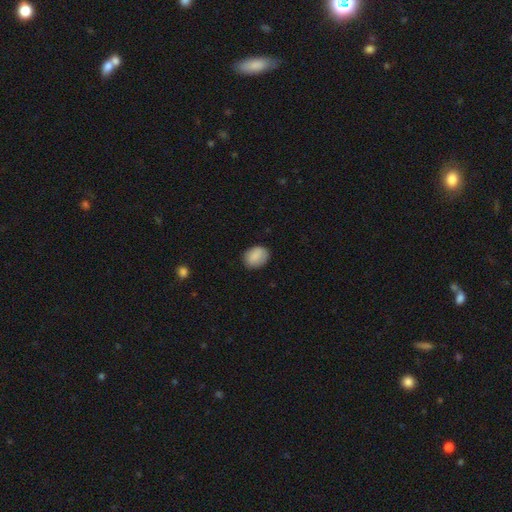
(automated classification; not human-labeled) Morphology: type=smooth (87%); roundness=in between (63%); merging=none (81%).